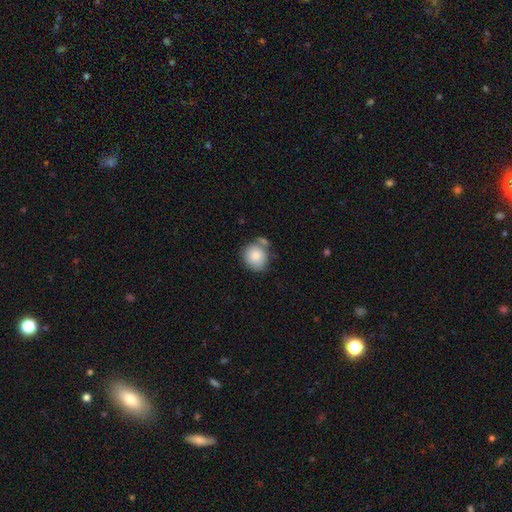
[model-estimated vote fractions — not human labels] Smooth or featured: smooth — 83% (featured or disk — 9%)
How rounded: round — 84% (in between — 15%)
Merging: none — 59% (merger — 18%)